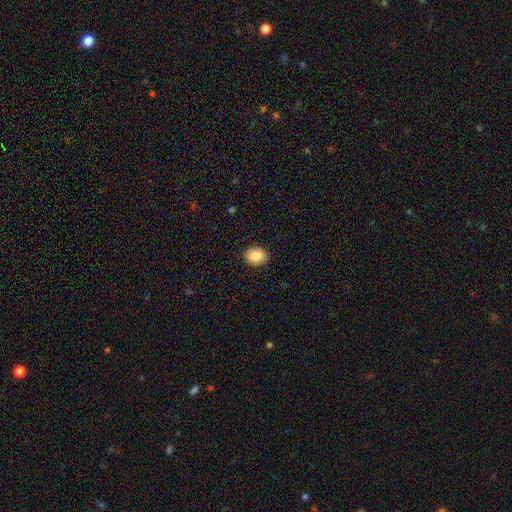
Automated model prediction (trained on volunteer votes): smooth_or_featured: smooth (p=0.87) [alt: star or artifact p=0.08]
how_rounded: in between (p=0.65) [alt: round p=0.34]
merging: none (p=0.89) [alt: minor disturbance p=0.08]